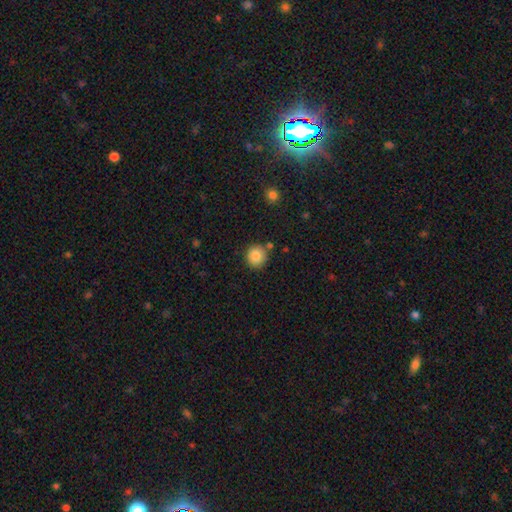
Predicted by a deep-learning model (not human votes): Smooth or featured? Predicted: smooth (p=0.86). How rounded? Predicted: round (p=0.91). Merging? Predicted: none (p=0.82).